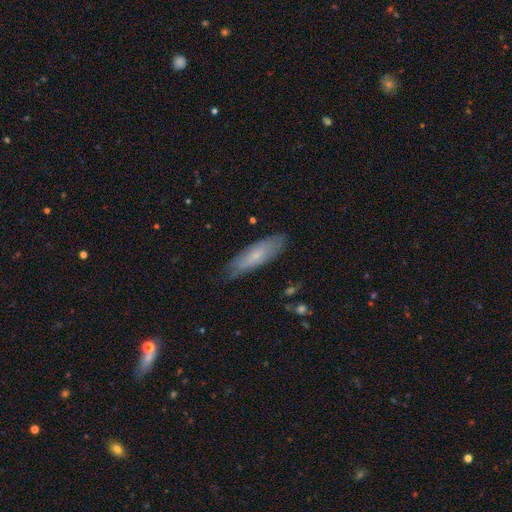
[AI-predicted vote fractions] This is possibly a smooth galaxy (55%). How rounded: possibly cigar-shaped (58%). Merging: likely none (75%).